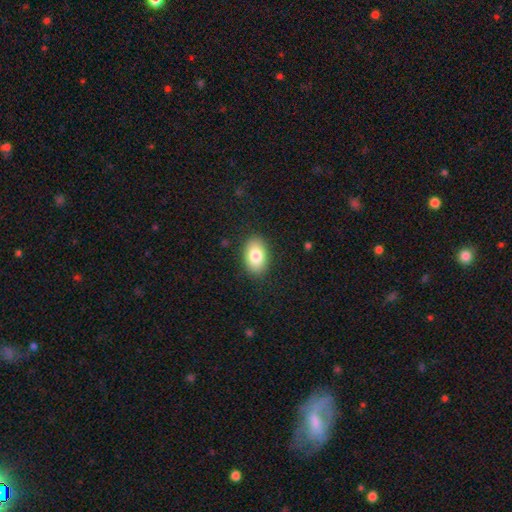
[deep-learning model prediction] A smooth galaxy with no disk features (81%) that is in between round and cigar-shaped (89%). Merging: none (88%).